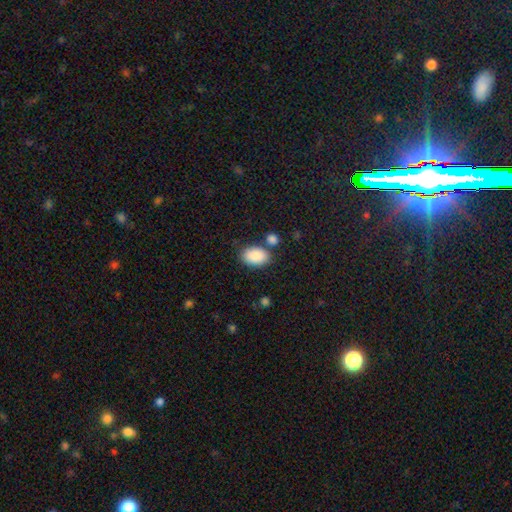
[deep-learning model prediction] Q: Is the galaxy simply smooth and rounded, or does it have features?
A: smooth — 90%.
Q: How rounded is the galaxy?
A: in between — 91%.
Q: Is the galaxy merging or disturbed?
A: none — 74%.